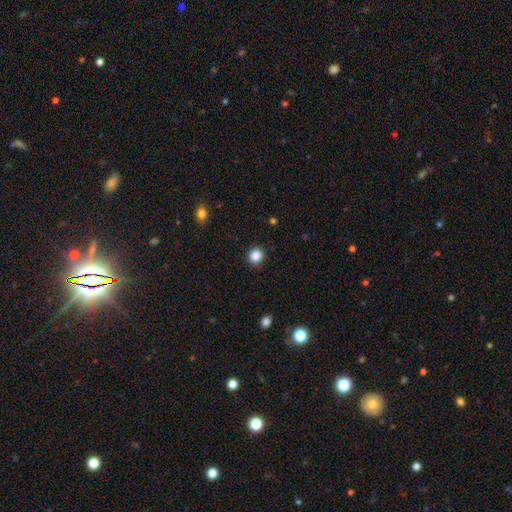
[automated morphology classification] Smooth or featured?
  - smooth: 87% *
  - star or artifact: 11%
  - featured or disk: 3%
How rounded?
  - round: 89% *
  - in between: 10%
  - cigar-shaped: 1%
Merging?
  - none: 91% *
  - minor disturbance: 6%
  - major disturbance: 2%
  - merger: 1%